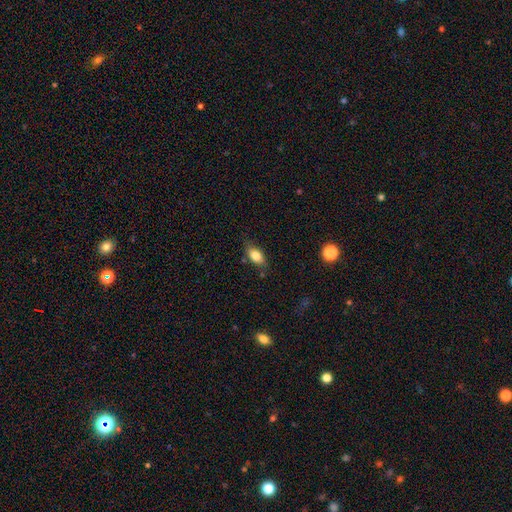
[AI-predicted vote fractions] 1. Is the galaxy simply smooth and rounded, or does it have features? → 81% smooth, 11% featured or disk, 8% star or artifact.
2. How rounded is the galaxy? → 86% in between, 8% round, 6% cigar-shaped.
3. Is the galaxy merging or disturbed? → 75% none, 18% minor disturbance, 4% major disturbance, 3% merger.